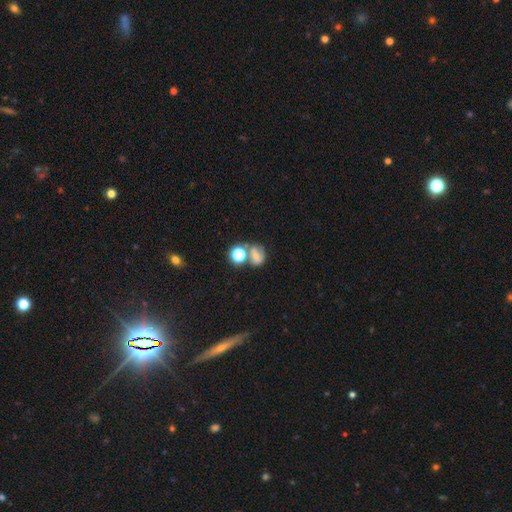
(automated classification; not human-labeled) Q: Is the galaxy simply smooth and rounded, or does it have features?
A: smooth — 53%.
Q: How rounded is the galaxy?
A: round — 59%.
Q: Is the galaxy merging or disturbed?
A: none — 41%.